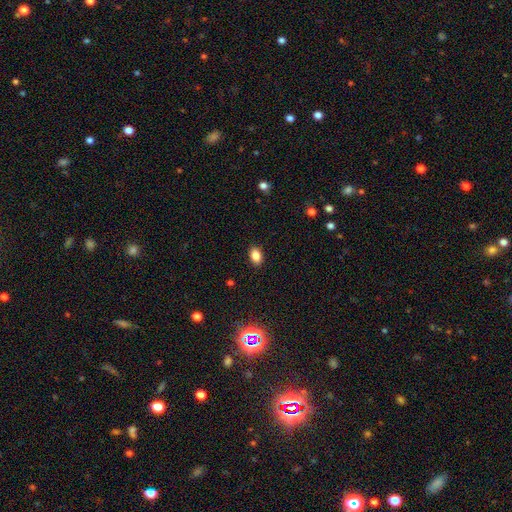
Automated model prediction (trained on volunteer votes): This is clearly a smooth galaxy (86%). How rounded: clearly in between (87%). Merging: clearly none (89%).